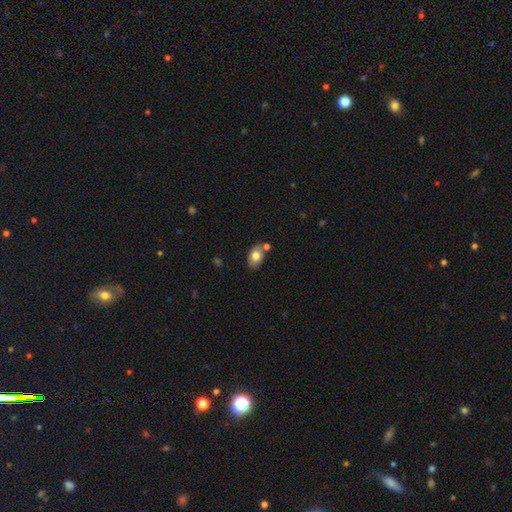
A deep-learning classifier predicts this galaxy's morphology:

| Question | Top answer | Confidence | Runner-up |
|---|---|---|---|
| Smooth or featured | smooth | 76% | featured or disk (16%) |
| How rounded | in between | 85% | round (14%) |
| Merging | none | 68% | merger (15%) |